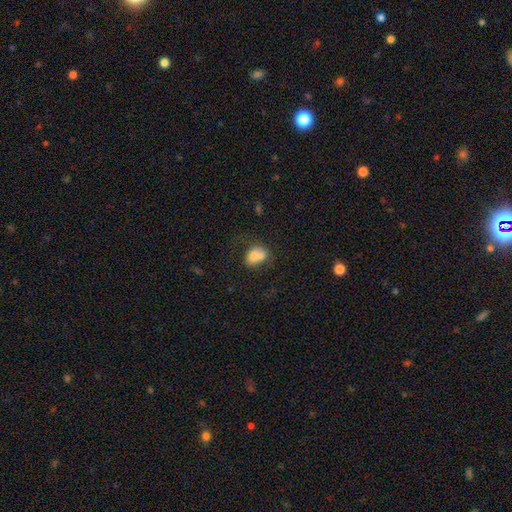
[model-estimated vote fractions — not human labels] Smooth or featured? Predicted: smooth (p=0.77). How rounded? Predicted: in between (p=0.74). Merging? Predicted: none (p=0.43).